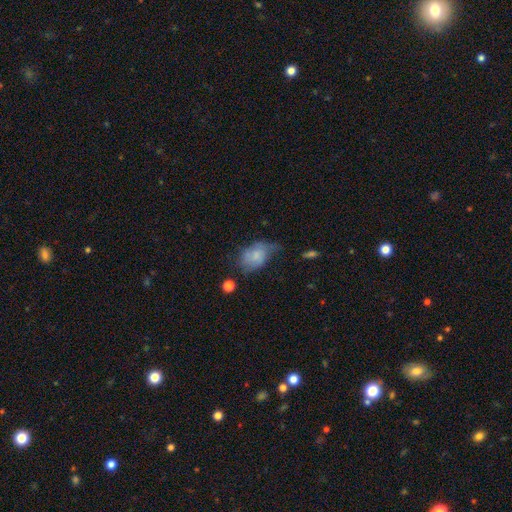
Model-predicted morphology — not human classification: smooth_or_featured: smooth (p=0.70) [alt: featured or disk p=0.21]
how_rounded: in between (p=0.82) [alt: round p=0.17]
merging: minor disturbance (p=0.38) [alt: none p=0.35]